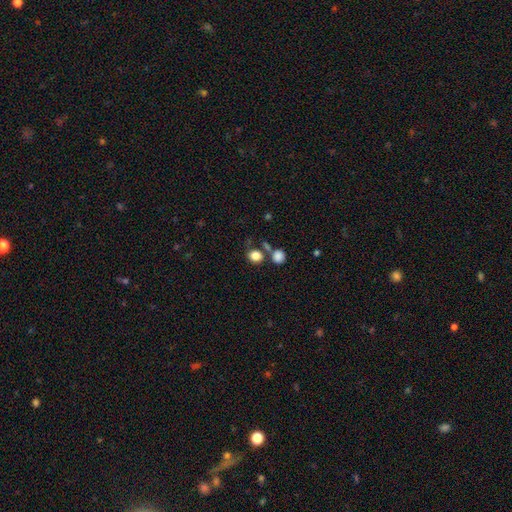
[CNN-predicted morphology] A smooth galaxy with no disk features (83%) that is round (71%). Merging: none (61%).